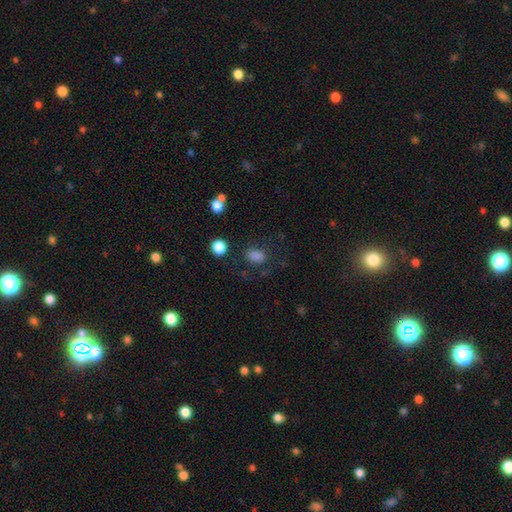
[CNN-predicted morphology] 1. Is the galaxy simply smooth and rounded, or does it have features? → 79% smooth, 16% star or artifact, 5% featured or disk.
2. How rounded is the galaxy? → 71% in between, 27% round, 2% cigar-shaped.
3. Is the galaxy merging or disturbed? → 71% none, 16% minor disturbance, 9% major disturbance, 3% merger.